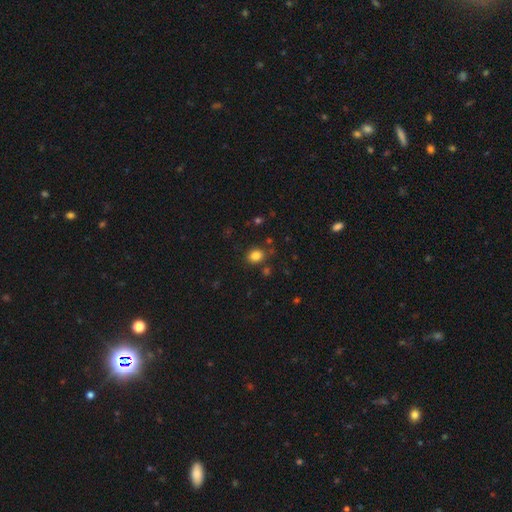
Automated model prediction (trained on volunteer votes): smooth_or_featured: smooth (p=0.83) [alt: star or artifact p=0.12]
how_rounded: round (p=0.55) [alt: in between p=0.44]
merging: none (p=0.81) [alt: minor disturbance p=0.12]